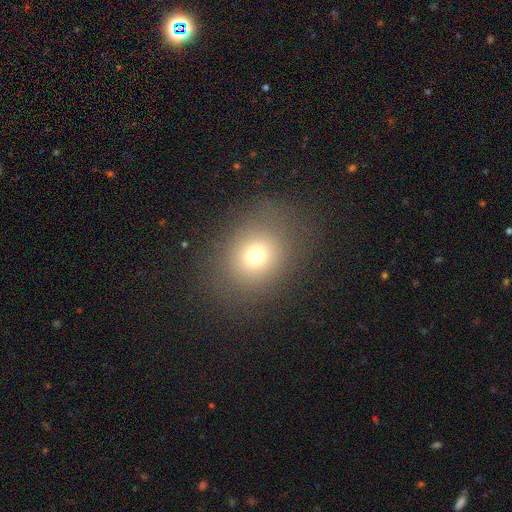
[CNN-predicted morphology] A smooth galaxy with no disk features (70%) that is round (60%). Merging: none (79%).